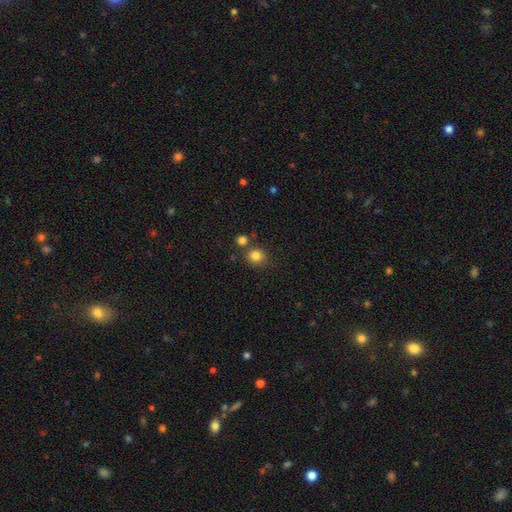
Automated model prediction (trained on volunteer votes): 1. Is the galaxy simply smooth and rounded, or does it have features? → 83% smooth, 12% star or artifact, 5% featured or disk.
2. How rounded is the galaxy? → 83% round, 16% in between, 1% cigar-shaped.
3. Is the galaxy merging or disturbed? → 74% none, 13% merger, 9% minor disturbance, 3% major disturbance.